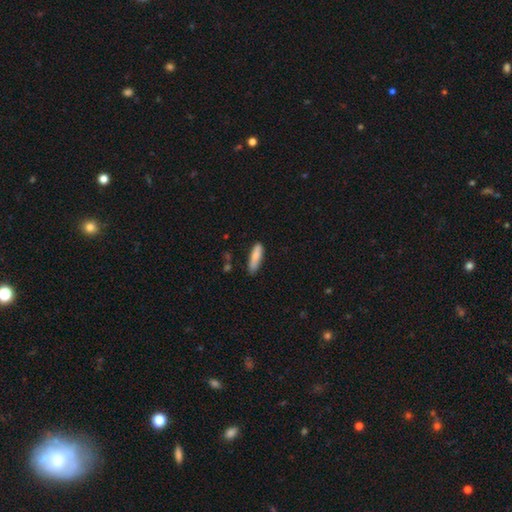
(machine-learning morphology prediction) smooth_or_featured: smooth (p=0.84) [alt: featured or disk p=0.10]
how_rounded: cigar-shaped (p=0.65) [alt: in between p=0.34]
merging: none (p=0.75) [alt: minor disturbance p=0.19]